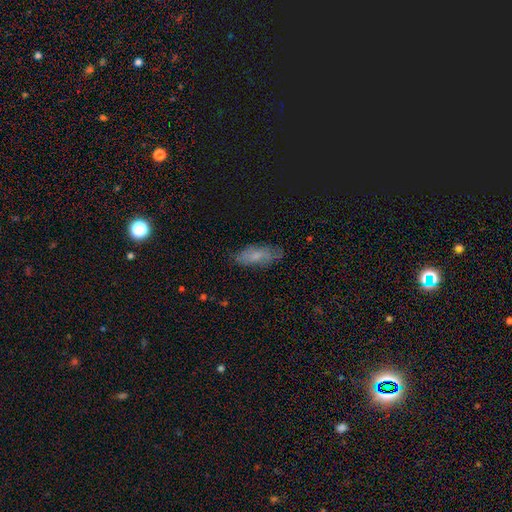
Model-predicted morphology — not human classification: The model was most divided on "smooth or featured": smooth: 62%, featured or disk: 29%, star or artifact: 9%. More confident: how rounded — in between (77%); merging — none (72%).